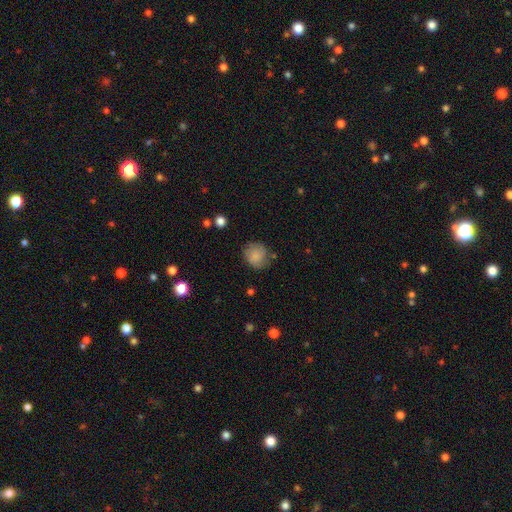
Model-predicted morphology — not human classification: type=smooth (80%); roundness=round (80%); merging=none (71%).